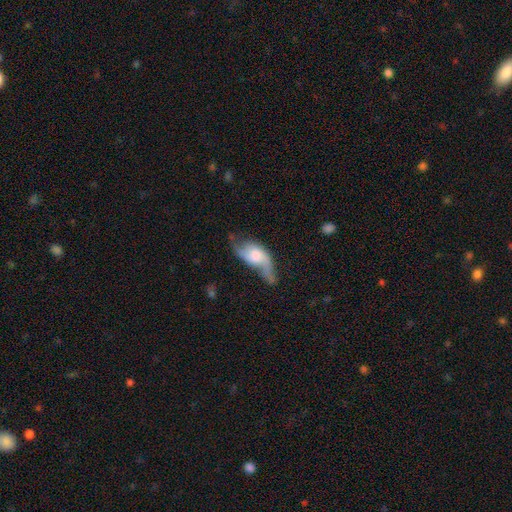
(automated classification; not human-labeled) Smooth or featured? featured or disk (62%)
Edge-on disk? no (89%)
Bar? no (60%)
Spiral arms? yes (82%)
Bulge size? moderate (38%)
Merging? major disturbance (33%, tied with none)